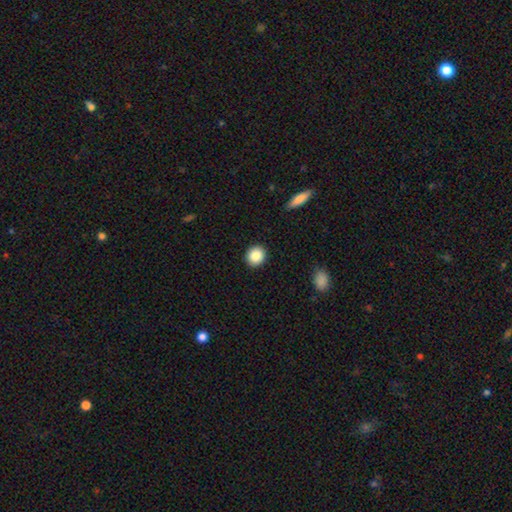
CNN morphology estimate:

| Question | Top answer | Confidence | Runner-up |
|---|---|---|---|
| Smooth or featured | smooth | 87% | star or artifact (8%) |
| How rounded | round | 77% | in between (22%) |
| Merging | none | 91% | minor disturbance (6%) |